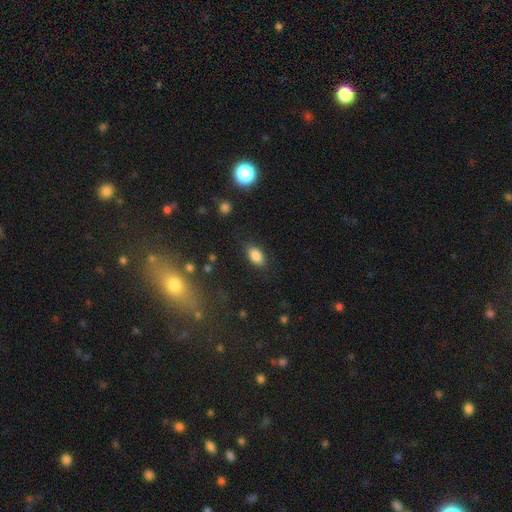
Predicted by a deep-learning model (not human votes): Smooth or featured? smooth (85%)
How rounded? in between (91%)
Merging? none (81%)